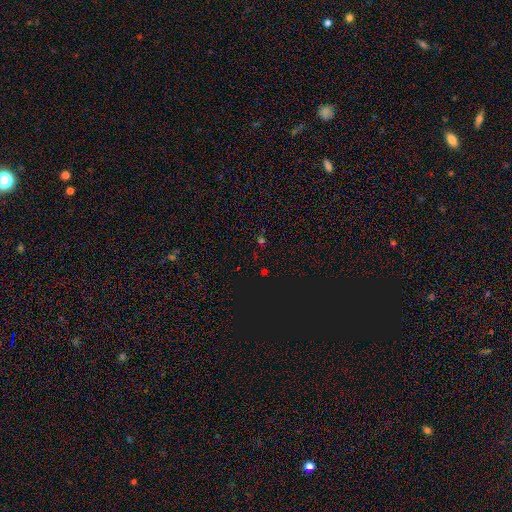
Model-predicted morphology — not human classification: A star or artifact, not a galaxy (63%).